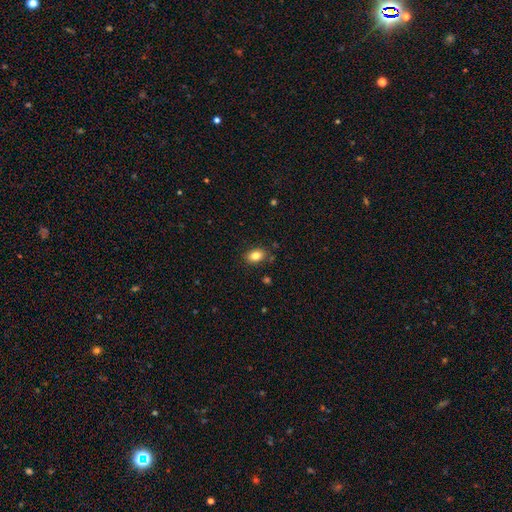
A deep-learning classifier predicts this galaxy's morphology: smooth_or_featured: smooth (p=0.83) [alt: star or artifact p=0.10]
how_rounded: in between (p=0.76) [alt: round p=0.23]
merging: none (p=0.85) [alt: minor disturbance p=0.11]